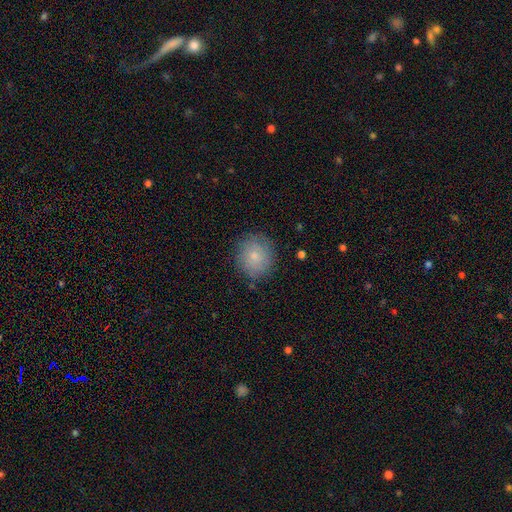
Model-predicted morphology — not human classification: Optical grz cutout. It shows a smooth galaxy with no disk features (74%) that is round (85%). Merging: none (82%).